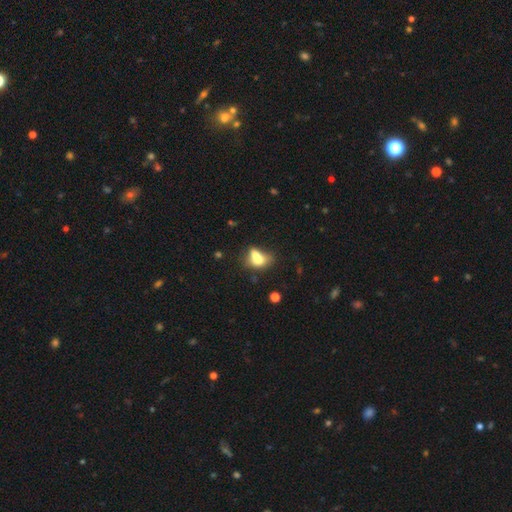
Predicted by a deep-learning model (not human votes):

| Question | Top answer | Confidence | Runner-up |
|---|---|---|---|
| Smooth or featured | smooth | 67% | featured or disk (21%) |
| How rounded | in between | 76% | round (17%) |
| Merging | merger | 38% | none (27%) |